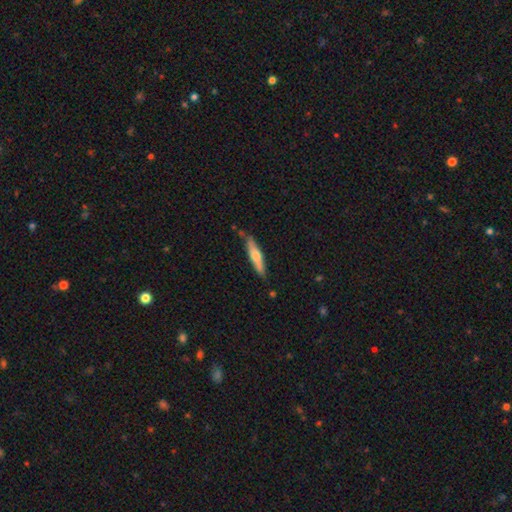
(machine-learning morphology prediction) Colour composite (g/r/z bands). It shows a smooth galaxy with no disk features (54%) that is cigar-shaped (83%). Merging: none (79%).